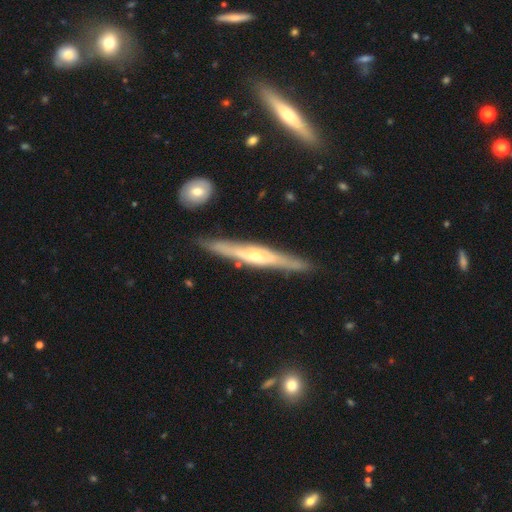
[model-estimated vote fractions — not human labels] Smooth or featured: featured or disk — 78% (smooth — 17%)
Edge-on disk: yes — 94% (no — 6%)
Edge-on bulge: rounded — 68% (none — 18%)
Merging: none — 86% (minor disturbance — 10%)